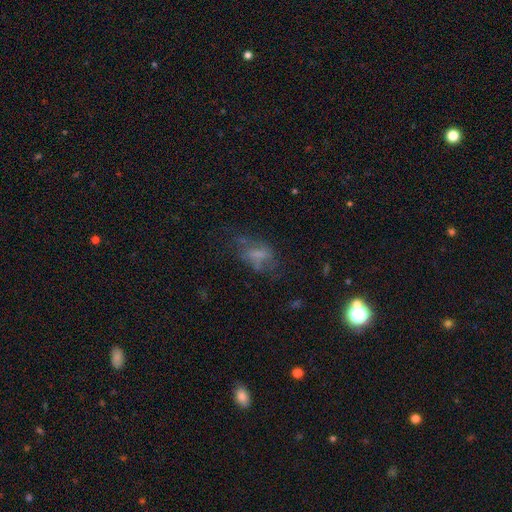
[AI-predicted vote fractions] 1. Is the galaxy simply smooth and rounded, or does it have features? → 45% smooth, 38% featured or disk, 18% star or artifact.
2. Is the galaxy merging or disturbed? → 43% none, 30% major disturbance, 23% minor disturbance, 4% merger.